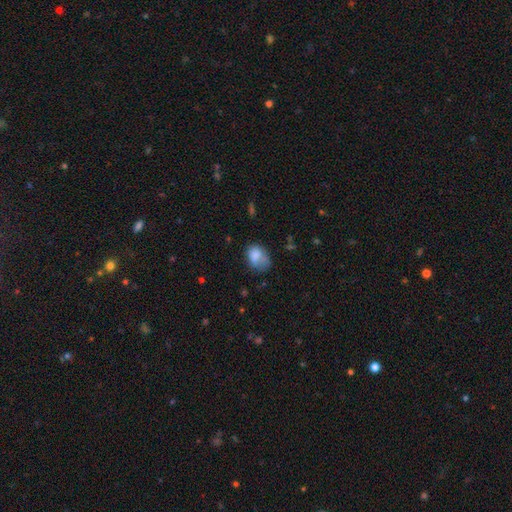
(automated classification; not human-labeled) Smooth or featured?
  - smooth: 74% *
  - featured or disk: 16%
  - star or artifact: 10%
How rounded?
  - in between: 66% *
  - round: 33%
  - cigar-shaped: 1%
Merging?
  - none: 38% *
  - minor disturbance: 31%
  - major disturbance: 21%
  - merger: 10%